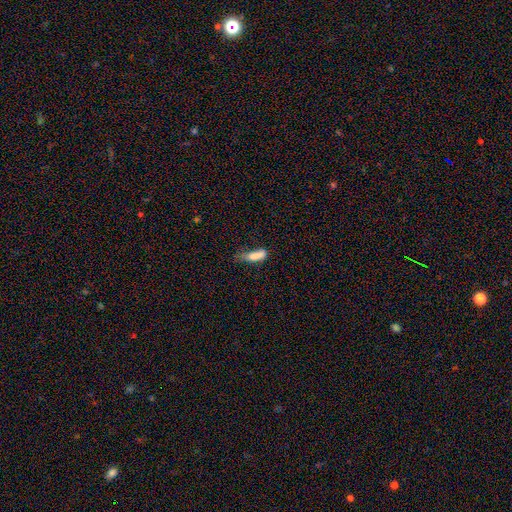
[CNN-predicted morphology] Smooth or featured: smooth — 79% (featured or disk — 12%)
How rounded: in between — 53% (cigar-shaped — 44%)
Merging: minor disturbance — 37% (none — 31%)